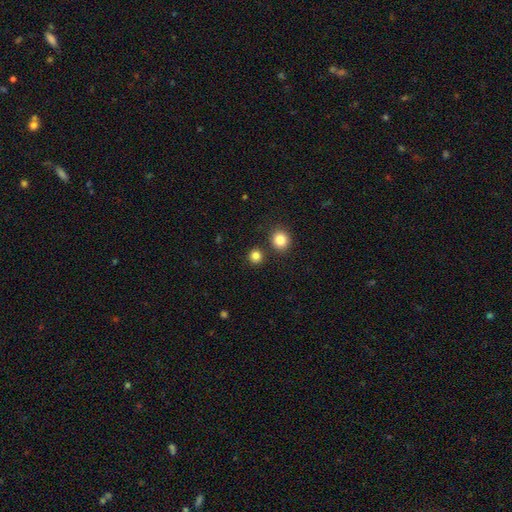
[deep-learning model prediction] Overall: smooth (83%). How rounded: round (92%). Merging: none (86%).